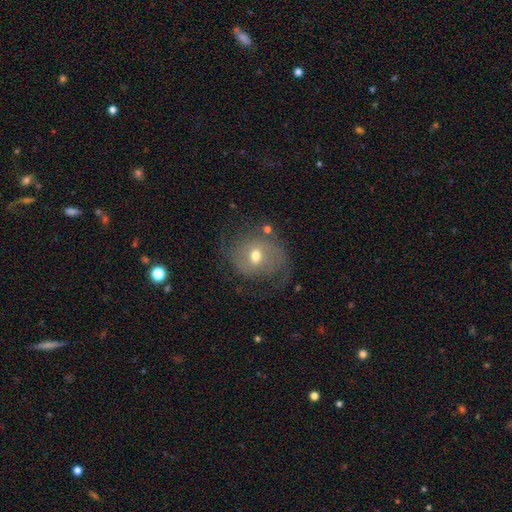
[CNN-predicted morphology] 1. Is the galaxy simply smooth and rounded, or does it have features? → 62% featured or disk, 29% smooth, 10% star or artifact.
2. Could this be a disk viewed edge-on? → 96% no, 4% yes.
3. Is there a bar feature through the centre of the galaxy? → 53% no, 38% weak, 9% strong.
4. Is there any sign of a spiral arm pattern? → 77% yes, 23% no.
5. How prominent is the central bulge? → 69% moderate, 24% small, 5% large, 1% none, 1% dominant.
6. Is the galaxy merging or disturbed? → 52% none, 22% major disturbance, 22% minor disturbance, 3% merger.